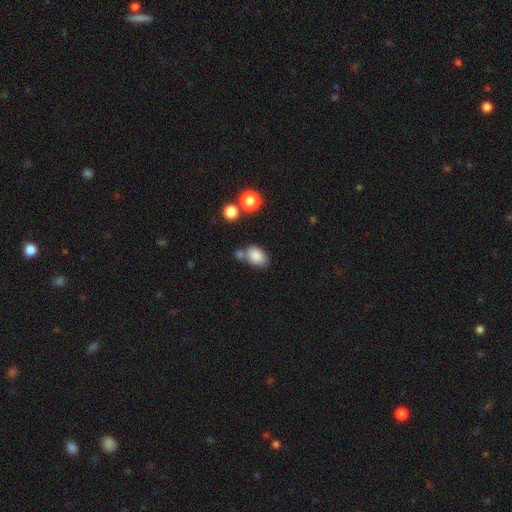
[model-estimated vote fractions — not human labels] A smooth galaxy with no disk features (85%) that is in between round and cigar-shaped (83%).

Vote fractions:
- Smooth or featured? smooth: 85% / star or artifact: 8% / featured or disk: 6%
- How rounded? in between: 83% / round: 16% / cigar-shaped: 1%
- Merging? none: 59% / merger: 19% / minor disturbance: 16% / major disturbance: 5%